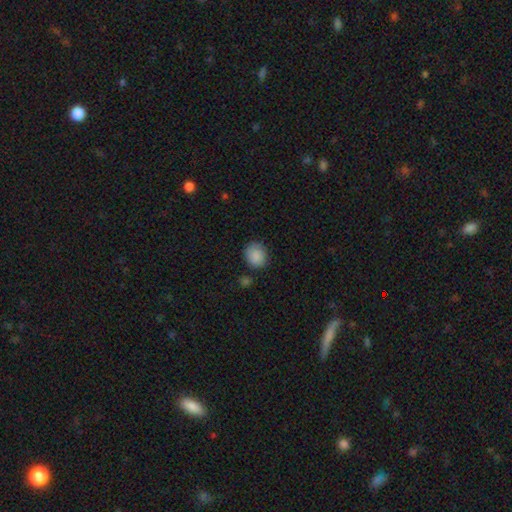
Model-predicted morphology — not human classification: The model was most divided on "how rounded": round: 74%, in between: 25%, cigar-shaped: 1%. More confident: smooth or featured — smooth (88%); merging — none (77%).